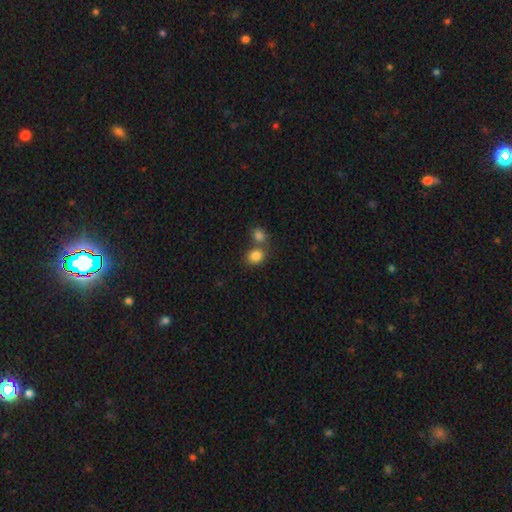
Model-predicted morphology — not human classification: This appears to be a smooth galaxy with no disk features (84%) that is round (61%). Merging: none (51%).